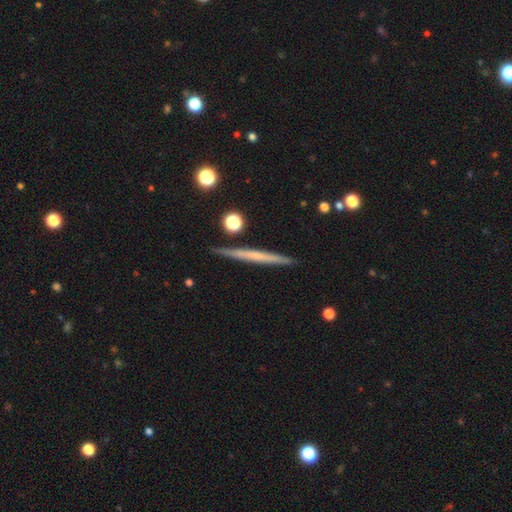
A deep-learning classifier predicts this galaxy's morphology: This is possibly a featured or disk galaxy (51%). It is clearly viewed edge-on (97%). Merging: clearly none (90%).